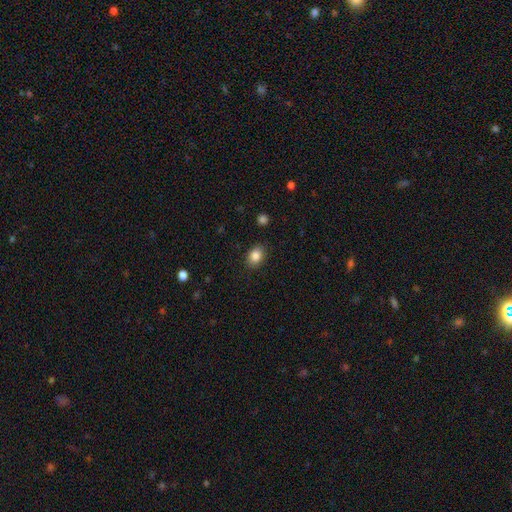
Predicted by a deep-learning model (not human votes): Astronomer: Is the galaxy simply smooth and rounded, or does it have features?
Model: smooth — 85%.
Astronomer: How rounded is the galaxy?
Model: in between — 66%.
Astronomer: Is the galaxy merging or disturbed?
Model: none — 87%.